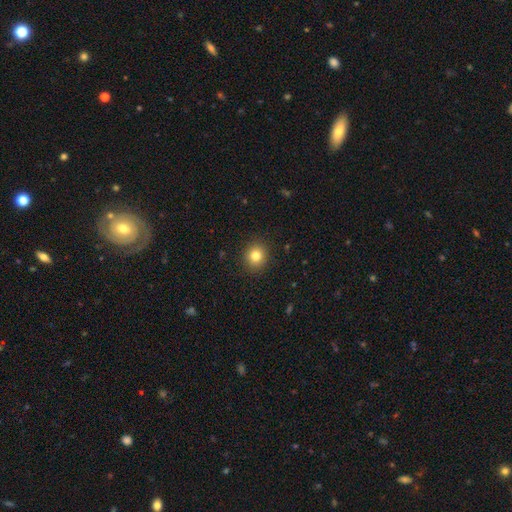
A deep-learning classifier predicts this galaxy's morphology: smooth-or-featured: smooth: 80% | star or artifact: 12% | featured or disk: 8%
  how-rounded: round: 84% | in between: 15% | cigar-shaped: 1%
  merging: none: 91% | minor disturbance: 6% | major disturbance: 2% | merger: 1%